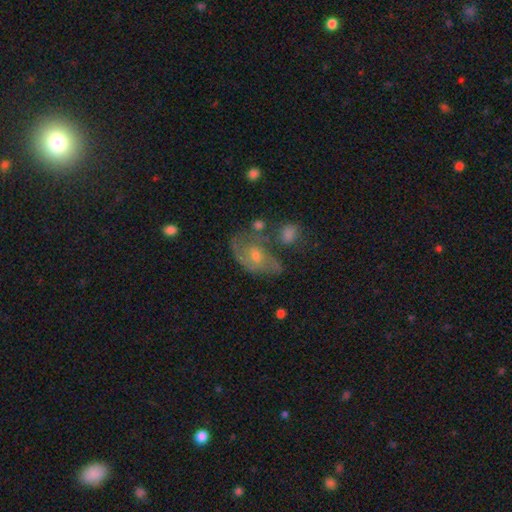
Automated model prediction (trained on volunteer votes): This is likely a featured or disk galaxy (65%). It is clearly not viewed edge-on (96%). Bar: likely no (69%). Spiral arm pattern: likely yes (78%). Central bulge: possibly small (49%). Merging: marginally none (42%).